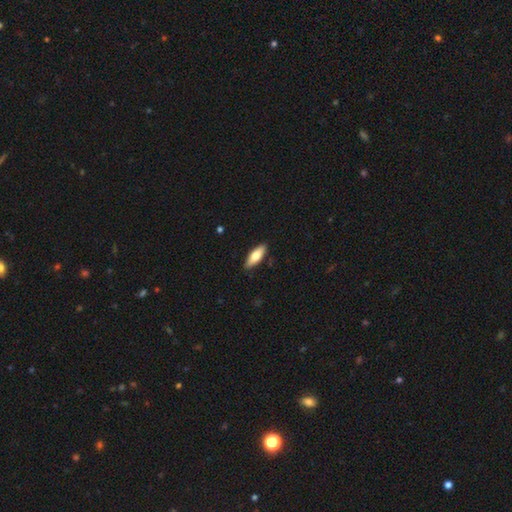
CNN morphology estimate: This is likely a smooth galaxy (72%). How rounded: likely in between (65%). Merging: clearly none (89%).